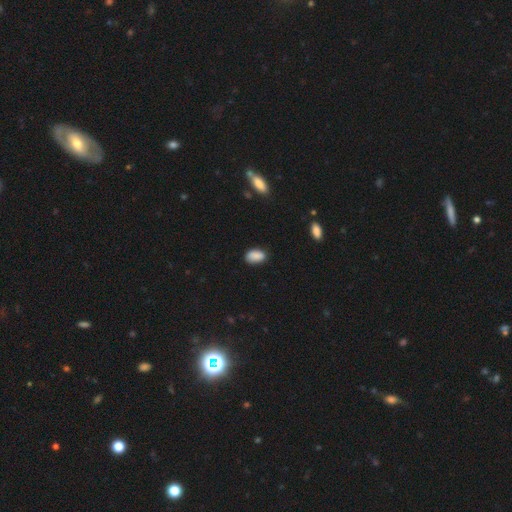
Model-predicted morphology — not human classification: Overall: smooth (88%). How rounded: in between (92%). Merging: none (79%).